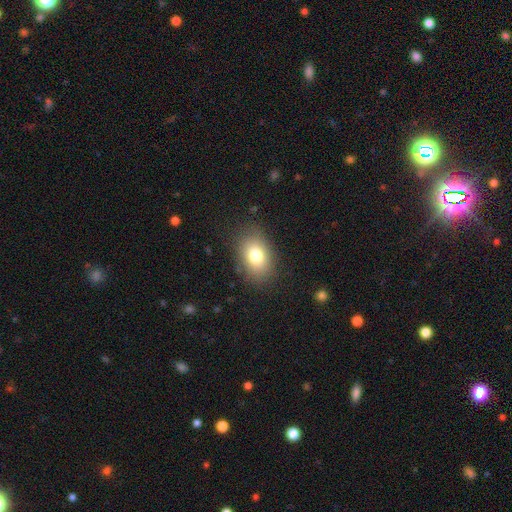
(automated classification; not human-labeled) Overall: smooth (78%). How rounded: in between (80%). Merging: none (84%).